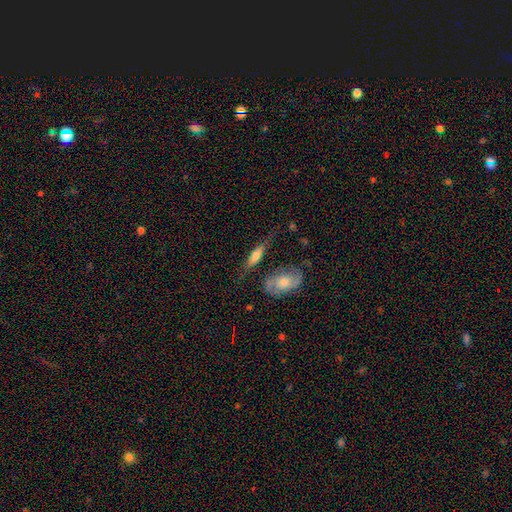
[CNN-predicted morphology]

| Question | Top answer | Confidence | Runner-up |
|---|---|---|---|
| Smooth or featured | smooth | 57% | featured or disk (36%) |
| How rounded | cigar-shaped | 59% | in between (37%) |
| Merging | none | 64% | minor disturbance (20%) |